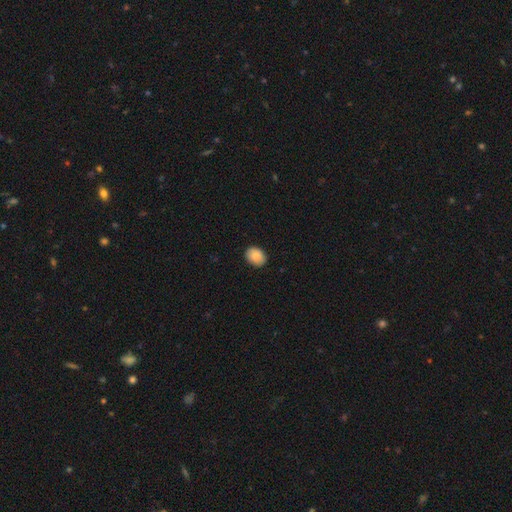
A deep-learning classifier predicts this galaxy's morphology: type=smooth (87%); roundness=in between (62%); merging=none (88%).